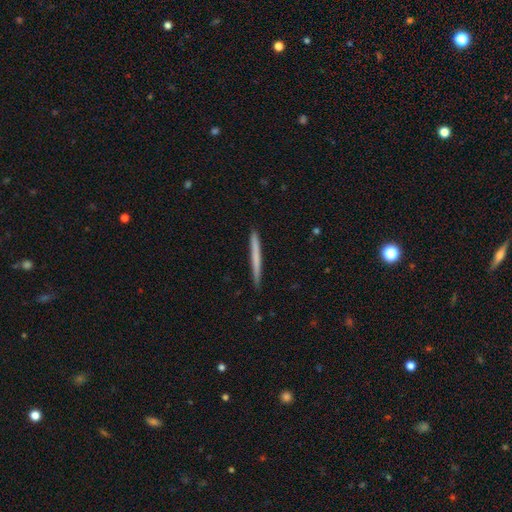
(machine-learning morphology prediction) A smooth galaxy with no disk features (60%) that is cigar-shaped (97%). Merging: none (92%).